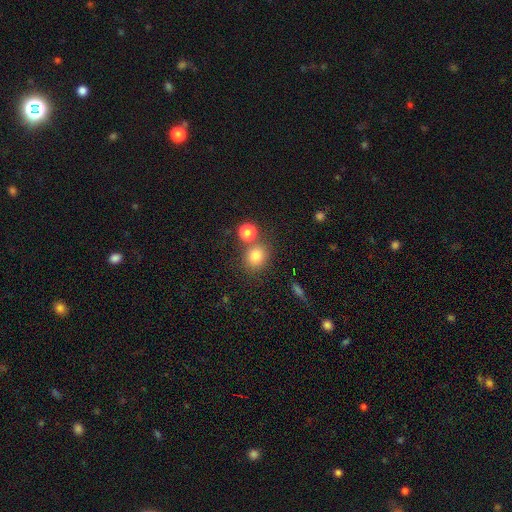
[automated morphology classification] smooth-or-featured: smooth: 80% | star or artifact: 12% | featured or disk: 7%
  how-rounded: round: 75% | in between: 23% | cigar-shaped: 1%
  merging: none: 68% | merger: 19% | minor disturbance: 10% | major disturbance: 3%